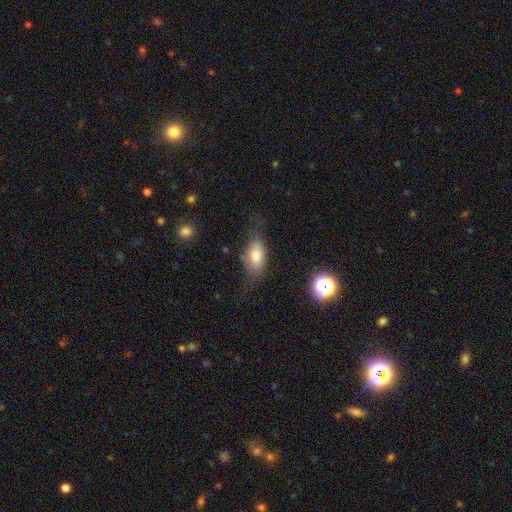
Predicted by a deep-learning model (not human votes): Smooth or featured? smooth (72%)
How rounded? in between (87%)
Merging? none (59%)